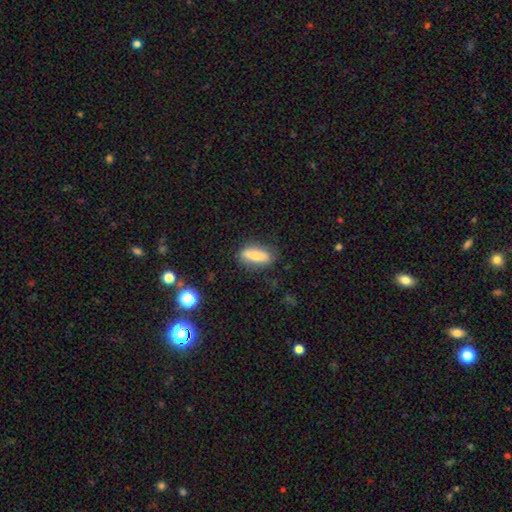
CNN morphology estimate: Q: Smooth or featured?
A: smooth (67%); runner-up: featured or disk (26%)
Q: How rounded?
A: in between (61%); runner-up: cigar-shaped (36%)
Q: Merging?
A: none (82%); runner-up: minor disturbance (13%)